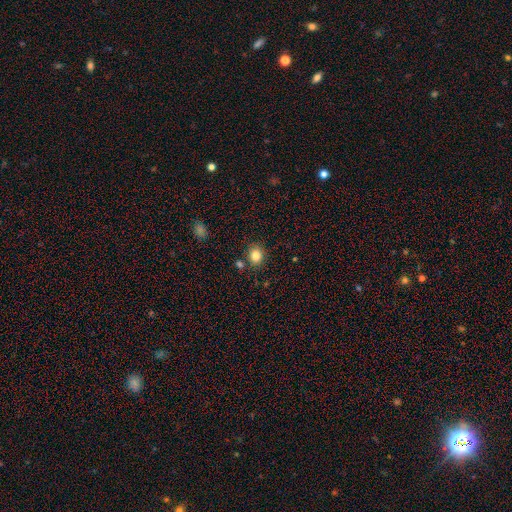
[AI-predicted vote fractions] smooth_or_featured: smooth (p=0.83) [alt: star or artifact p=0.11]
how_rounded: round (p=0.65) [alt: in between p=0.34]
merging: none (p=0.83) [alt: minor disturbance p=0.09]